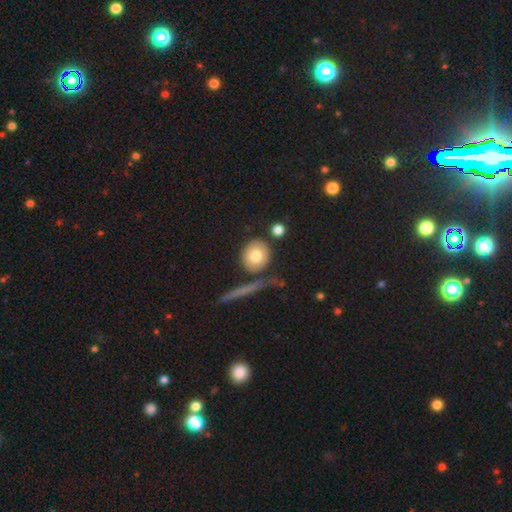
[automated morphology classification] type=smooth (76%); roundness=round (78%); merging=none (74%).